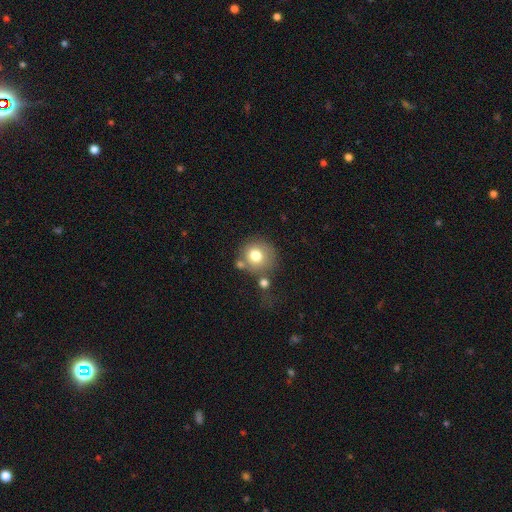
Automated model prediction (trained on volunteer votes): A smooth galaxy with no disk features (75%) that is round (89%).

Vote fractions:
- Smooth or featured? smooth: 75% / featured or disk: 15% / star or artifact: 11%
- How rounded? round: 89% / in between: 10% / cigar-shaped: 1%
- Merging? none: 64% / merger: 15% / minor disturbance: 14% / major disturbance: 7%